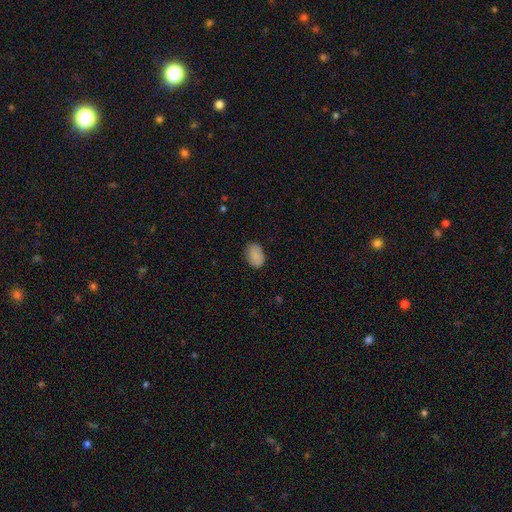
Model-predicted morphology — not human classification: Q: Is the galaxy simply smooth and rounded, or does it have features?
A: smooth — 86%.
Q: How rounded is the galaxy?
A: in between — 84%.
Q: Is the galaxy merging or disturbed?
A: none — 81%.